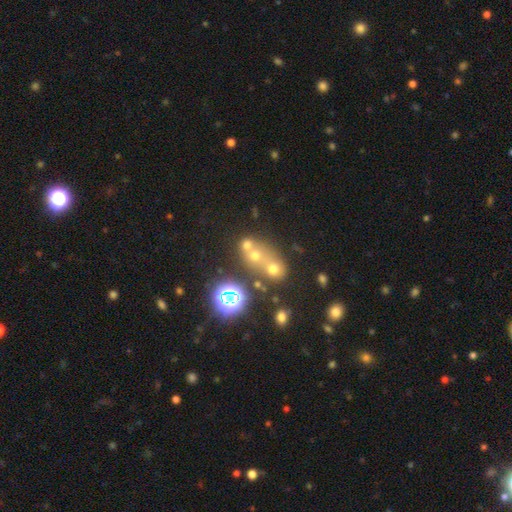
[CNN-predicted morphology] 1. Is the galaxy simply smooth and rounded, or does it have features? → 45% smooth, 35% star or artifact, 20% featured or disk.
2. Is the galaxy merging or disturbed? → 48% merger, 39% none, 8% minor disturbance, 5% major disturbance.